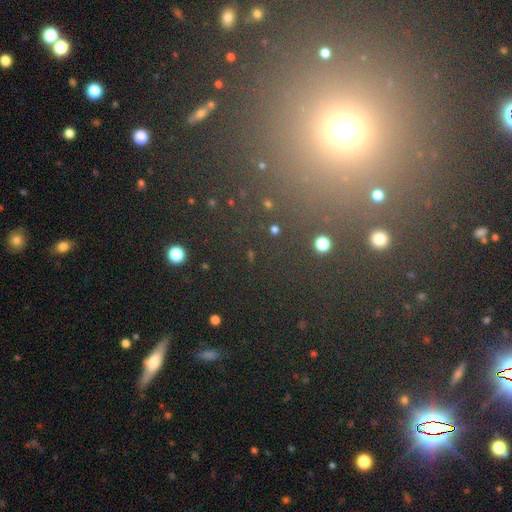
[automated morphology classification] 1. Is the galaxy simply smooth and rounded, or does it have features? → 57% star or artifact, 33% smooth, 10% featured or disk.